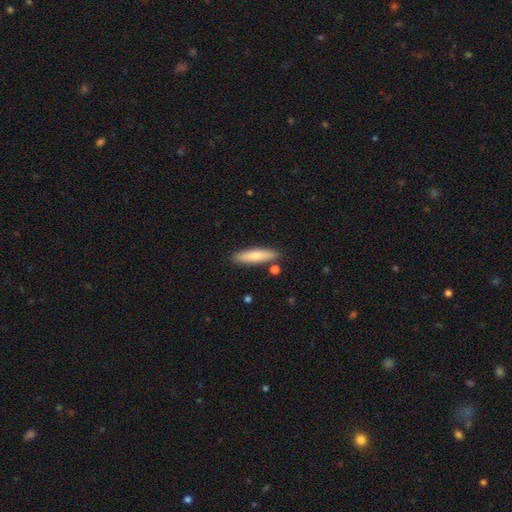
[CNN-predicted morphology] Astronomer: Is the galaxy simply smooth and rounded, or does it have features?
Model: smooth — 72%.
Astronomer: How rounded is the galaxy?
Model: cigar-shaped — 79%.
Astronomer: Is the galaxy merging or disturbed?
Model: none — 83%.